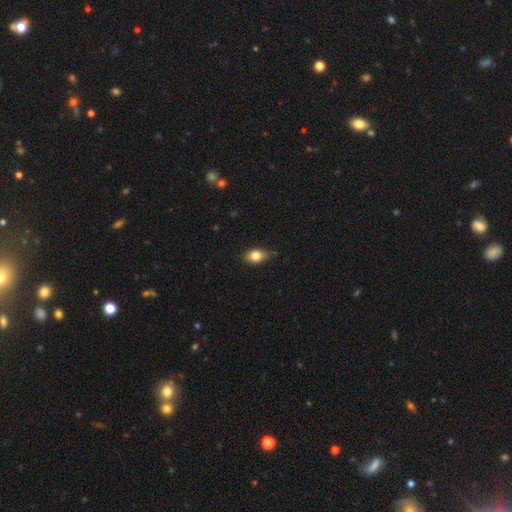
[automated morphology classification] smooth 82%, featured or disk 10%, star or artifact 8%. Down the decision tree: how rounded — in between (80%); merging — none (74%).